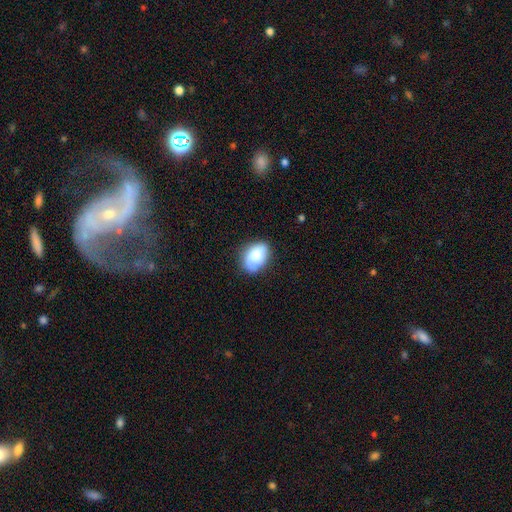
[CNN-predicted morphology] smooth_or_featured: smooth (p=0.82) [alt: featured or disk p=0.10]
how_rounded: in between (p=0.82) [alt: round p=0.17]
merging: none (p=0.72) [alt: minor disturbance p=0.22]